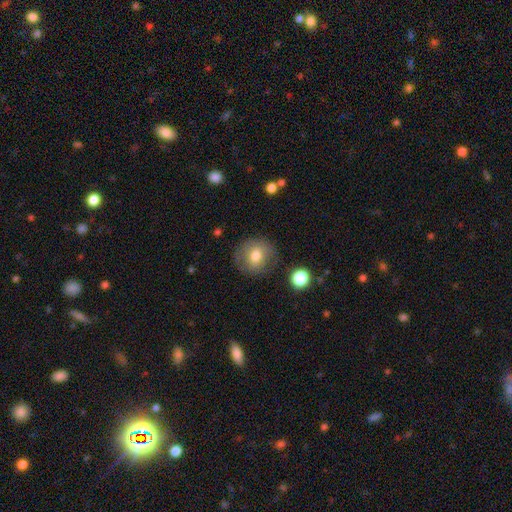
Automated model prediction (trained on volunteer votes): This is likely a smooth galaxy (72%). How rounded: clearly round (85%). Merging: likely none (79%).